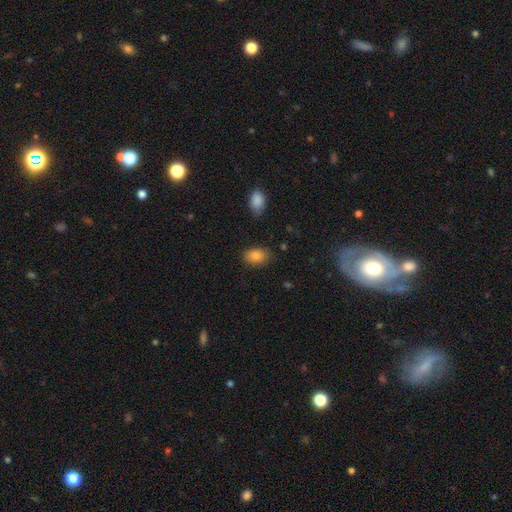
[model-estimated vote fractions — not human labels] The model was most divided on "merging": none: 81%, minor disturbance: 14%, major disturbance: 3%, merger: 2%. More confident: smooth or featured — smooth (85%); how rounded — in between (84%).